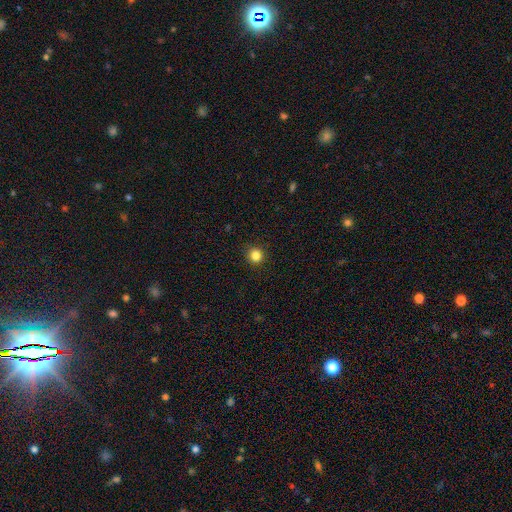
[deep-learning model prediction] Morphology: type=smooth (84%); roundness=round (94%); merging=none (92%).